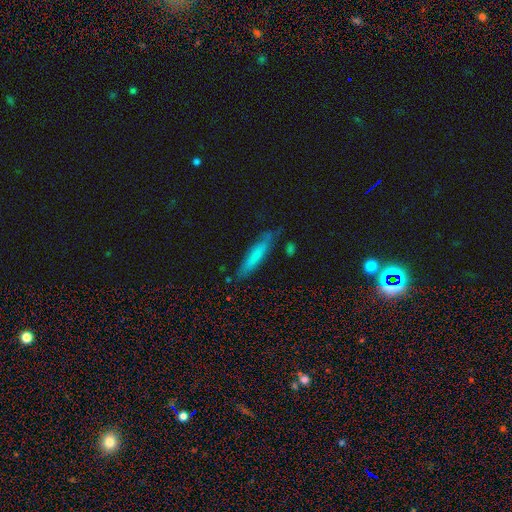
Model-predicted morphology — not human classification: smooth_or_featured: smooth (p=0.72) [alt: featured or disk p=0.22]
how_rounded: cigar-shaped (p=0.88) [alt: in between p=0.11]
merging: none (p=0.76) [alt: minor disturbance p=0.18]